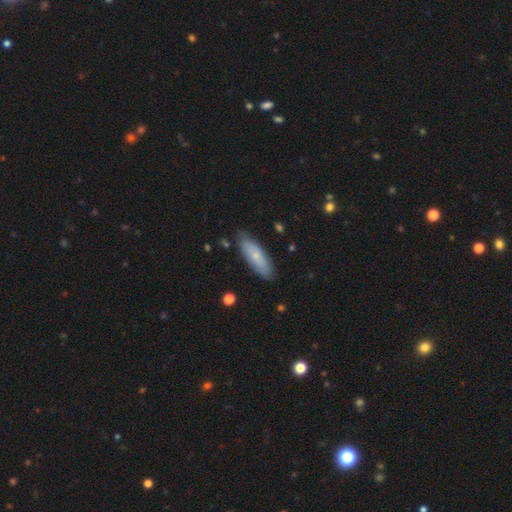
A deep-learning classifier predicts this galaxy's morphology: Smooth or featured: smooth — 67% (featured or disk — 27%)
How rounded: in between — 52% (cigar-shaped — 46%)
Merging: none — 82% (minor disturbance — 14%)